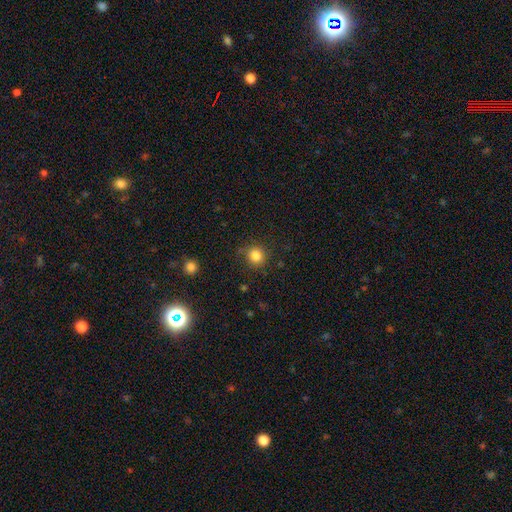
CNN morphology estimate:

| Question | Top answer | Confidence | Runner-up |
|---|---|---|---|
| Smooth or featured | smooth | 83% | star or artifact (12%) |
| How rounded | round | 89% | in between (10%) |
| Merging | none | 82% | minor disturbance (12%) |